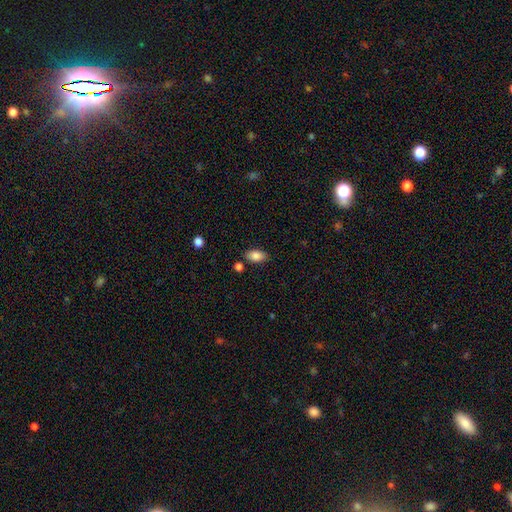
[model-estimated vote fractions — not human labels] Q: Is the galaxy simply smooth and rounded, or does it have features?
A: smooth — 85%.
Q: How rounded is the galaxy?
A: in between — 91%.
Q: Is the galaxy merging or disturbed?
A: none — 82%.